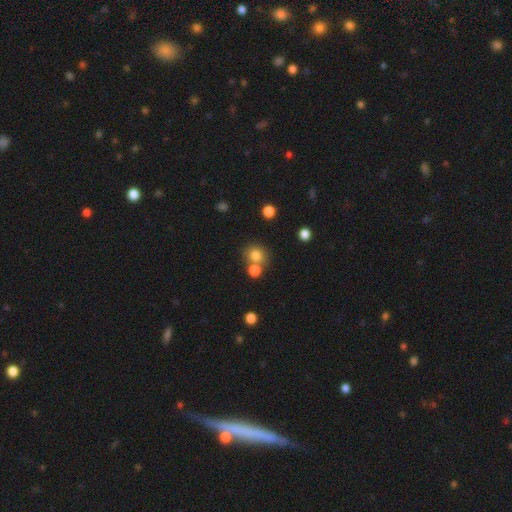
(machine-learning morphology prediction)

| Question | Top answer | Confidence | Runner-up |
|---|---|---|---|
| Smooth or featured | smooth | 79% | star or artifact (13%) |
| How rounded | round | 84% | in between (15%) |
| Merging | none | 59% | merger (30%) |